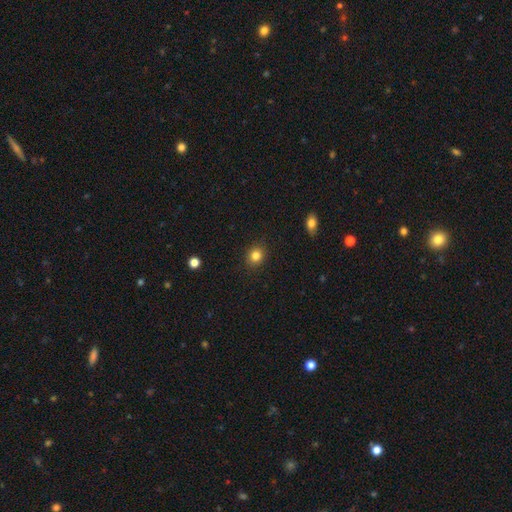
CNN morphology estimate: Smooth or featured?
  - smooth: 83% *
  - star or artifact: 12%
  - featured or disk: 5%
How rounded?
  - round: 78% *
  - in between: 22%
  - cigar-shaped: 1%
Merging?
  - none: 90% *
  - minor disturbance: 7%
  - major disturbance: 2%
  - merger: 1%